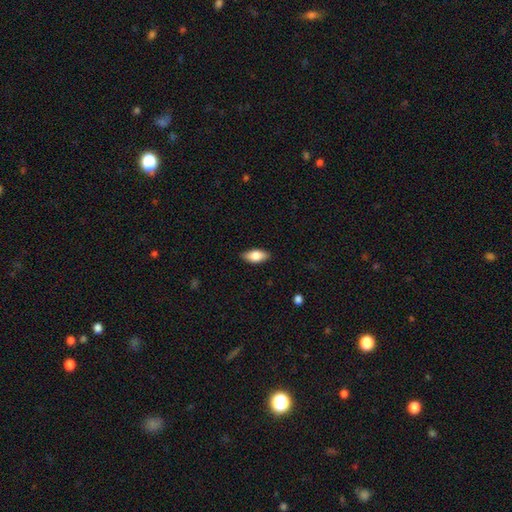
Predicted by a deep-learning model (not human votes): A smooth galaxy with no disk features (79%) that is in between round and cigar-shaped (90%).

Vote fractions:
- Smooth or featured? smooth: 79% / featured or disk: 15% / star or artifact: 6%
- How rounded? in between: 90% / cigar-shaped: 7% / round: 3%
- Merging? none: 87% / minor disturbance: 10% / major disturbance: 2% / merger: 1%